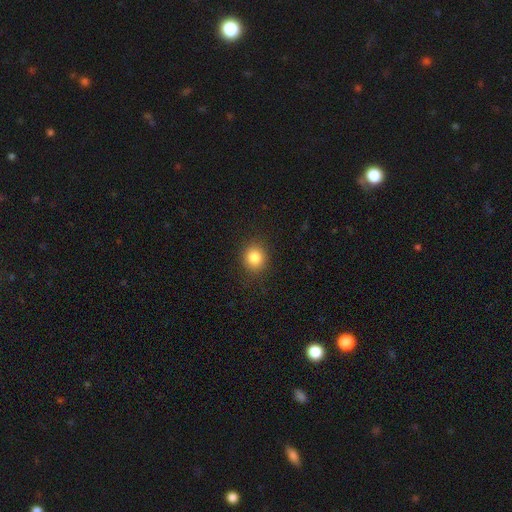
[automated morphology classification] Smooth or featured: smooth — 83% (star or artifact — 11%)
How rounded: round — 78% (in between — 21%)
Merging: none — 90% (minor disturbance — 7%)